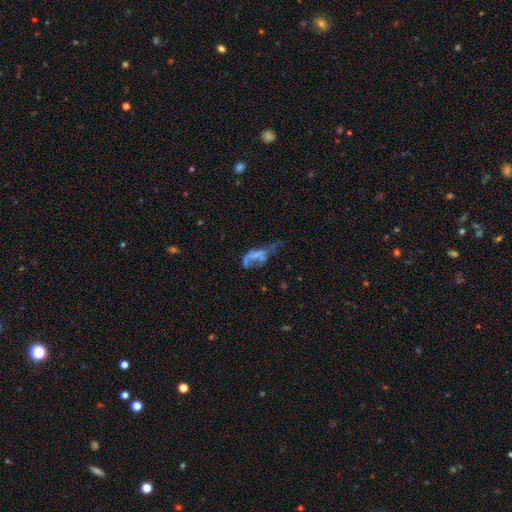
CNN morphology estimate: featured or disk 49%, smooth 33%, star or artifact 19%. Down the decision tree: merging — major disturbance (45%).